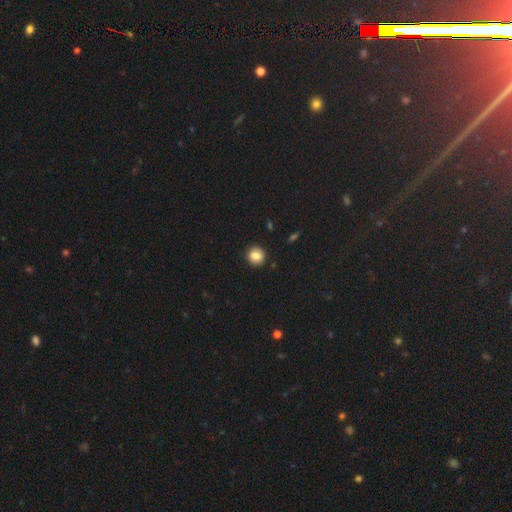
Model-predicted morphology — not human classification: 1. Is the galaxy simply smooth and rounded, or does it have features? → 81% smooth, 10% star or artifact, 9% featured or disk.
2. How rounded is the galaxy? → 83% round, 15% in between, 1% cigar-shaped.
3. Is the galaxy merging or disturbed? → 88% none, 8% minor disturbance, 2% major disturbance, 1% merger.